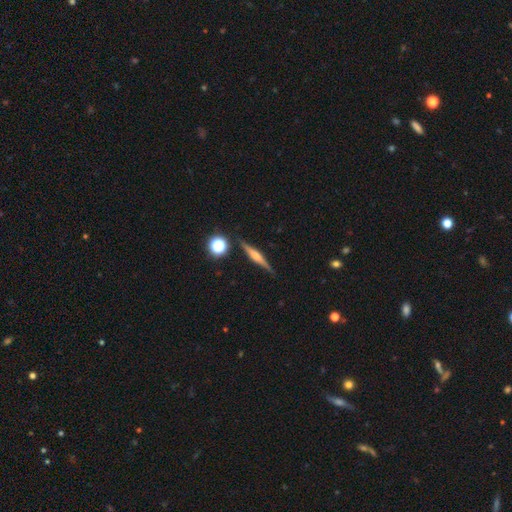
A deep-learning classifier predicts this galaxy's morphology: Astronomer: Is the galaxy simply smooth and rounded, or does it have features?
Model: featured or disk — 70%.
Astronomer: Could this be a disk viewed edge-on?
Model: yes — 98%.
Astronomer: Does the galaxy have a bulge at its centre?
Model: rounded — 81%.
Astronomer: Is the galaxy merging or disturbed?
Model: none — 88%.